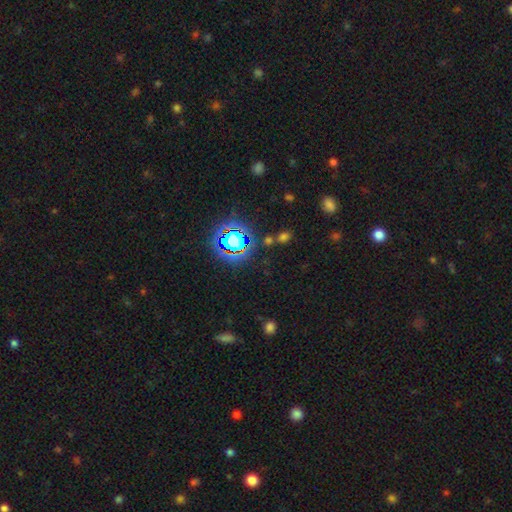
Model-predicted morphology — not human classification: This appears to be a star or artifact, not a galaxy (78%).